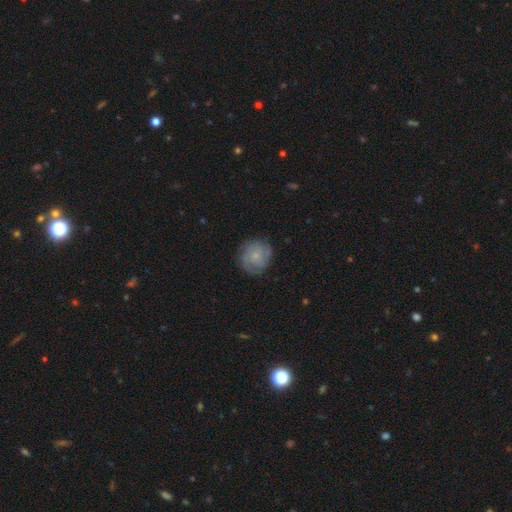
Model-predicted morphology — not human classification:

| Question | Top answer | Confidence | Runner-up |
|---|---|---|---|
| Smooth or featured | smooth | 58% | featured or disk (34%) |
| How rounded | round | 90% | in between (9%) |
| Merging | none | 79% | minor disturbance (15%) |